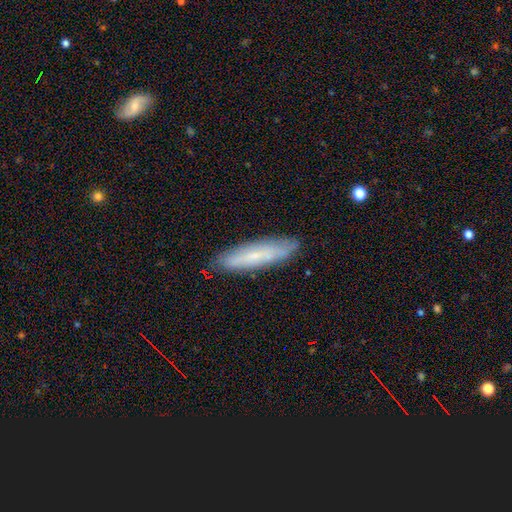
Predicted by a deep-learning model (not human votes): A smooth galaxy with no disk features (53%) that is cigar-shaped (79%). Merging: none (84%).